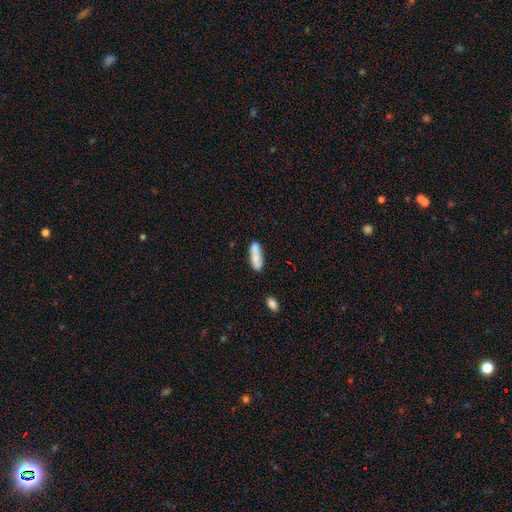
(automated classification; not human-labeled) smooth 71%, featured or disk 23%, star or artifact 6%. Down the decision tree: how rounded — in between (52%); merging — none (66%).